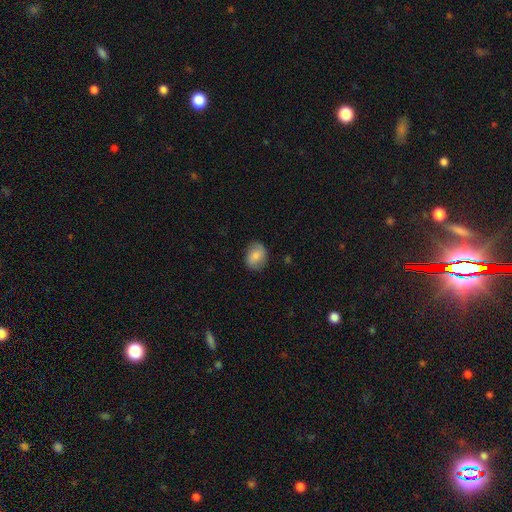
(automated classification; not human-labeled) Smooth or featured?
  - smooth: 76% *
  - featured or disk: 16%
  - star or artifact: 8%
How rounded?
  - in between: 53% *
  - round: 46%
  - cigar-shaped: 1%
Merging?
  - none: 79% *
  - minor disturbance: 16%
  - major disturbance: 4%
  - merger: 1%